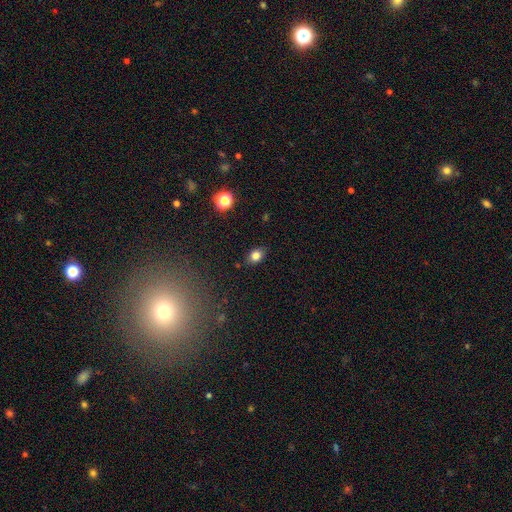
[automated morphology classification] This is clearly a smooth galaxy (82%). How rounded: likely in between (66%). Merging: clearly none (83%).